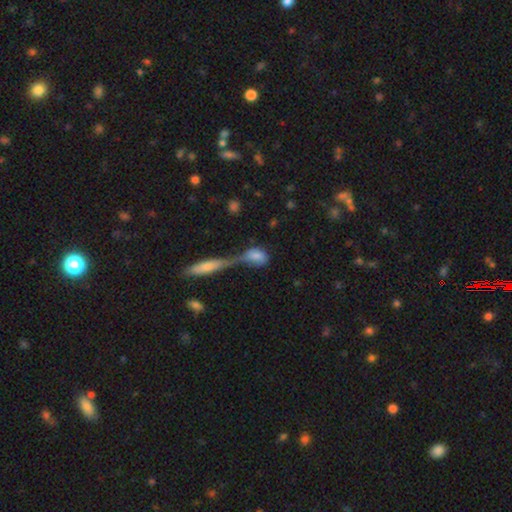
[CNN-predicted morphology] A smooth galaxy with no disk features (76%) that is in between round and cigar-shaped (71%). Merging: merger (59%).